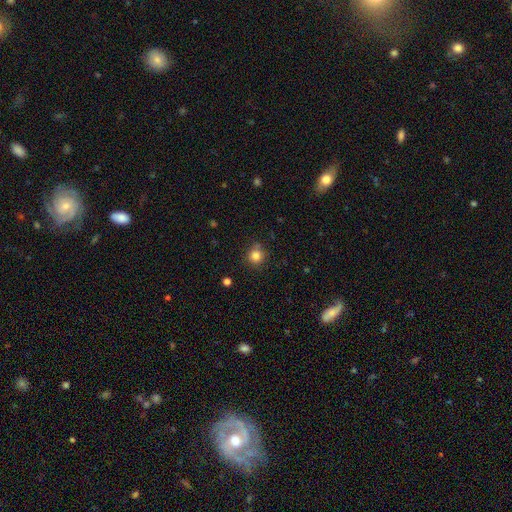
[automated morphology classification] The model was most divided on "merging": none: 79%, minor disturbance: 13%, merger: 5%, major disturbance: 3%. More confident: how rounded — round (92%); smooth or featured — smooth (83%).